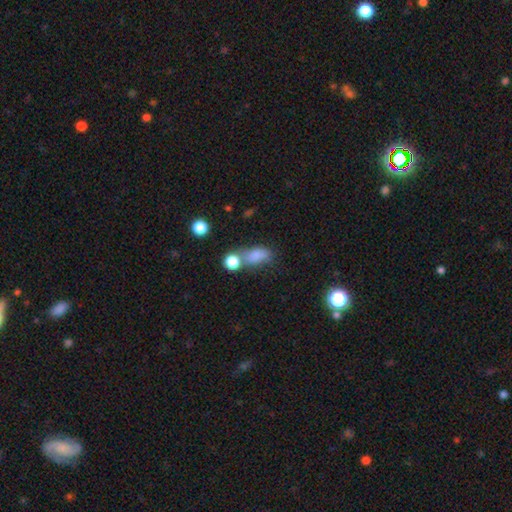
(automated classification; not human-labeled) This is likely a smooth galaxy (77%). How rounded: likely in between (74%). Merging: marginally none (42%).